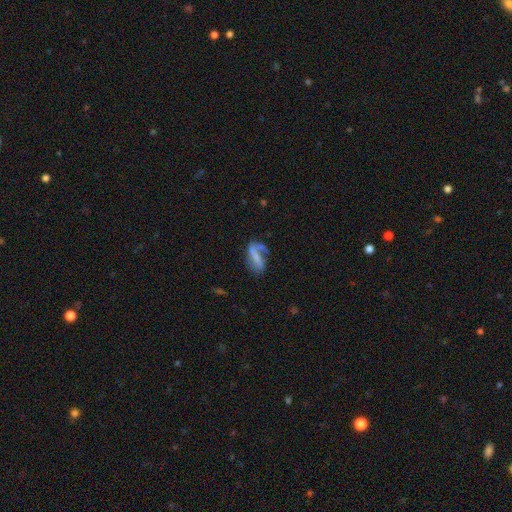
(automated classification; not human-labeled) This is possibly a smooth galaxy (48%). Merging: marginally none (38%).